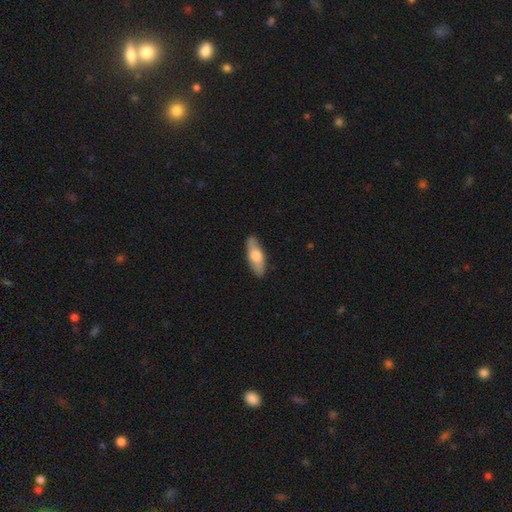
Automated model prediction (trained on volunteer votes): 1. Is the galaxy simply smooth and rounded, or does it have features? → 63% smooth, 32% featured or disk, 5% star or artifact.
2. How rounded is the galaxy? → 64% in between, 33% cigar-shaped, 3% round.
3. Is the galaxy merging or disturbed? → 86% none, 10% minor disturbance, 2% major disturbance, 1% merger.